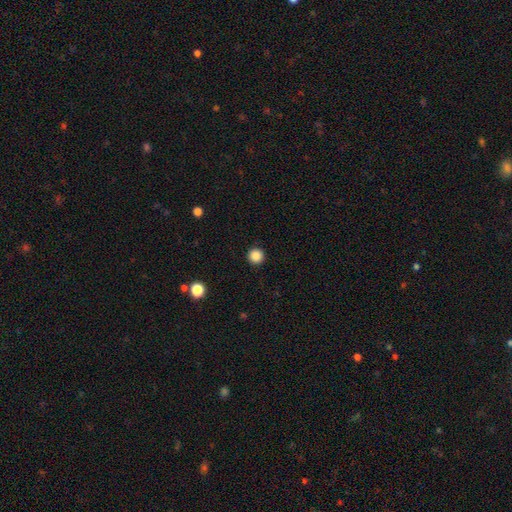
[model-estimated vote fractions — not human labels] Smooth or featured? smooth (86%)
How rounded? round (96%)
Merging? none (93%)